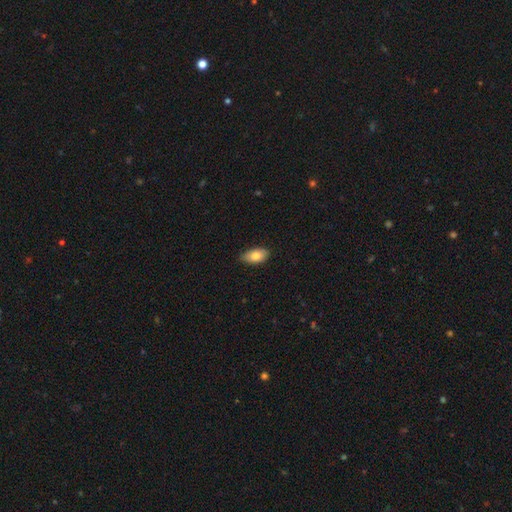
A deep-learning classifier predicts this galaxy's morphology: Overall: smooth (81%). How rounded: in between (93%). Merging: none (81%).